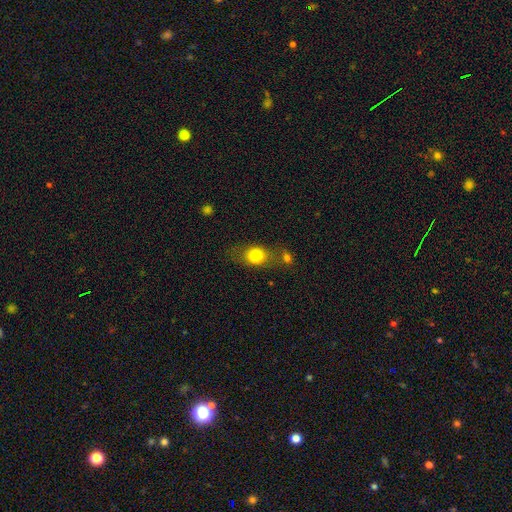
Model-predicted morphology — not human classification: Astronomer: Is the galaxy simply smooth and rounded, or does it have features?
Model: smooth — 77%.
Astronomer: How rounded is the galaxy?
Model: round — 50% (runner-up: in between, 47%).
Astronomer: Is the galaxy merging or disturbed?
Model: none — 58%.